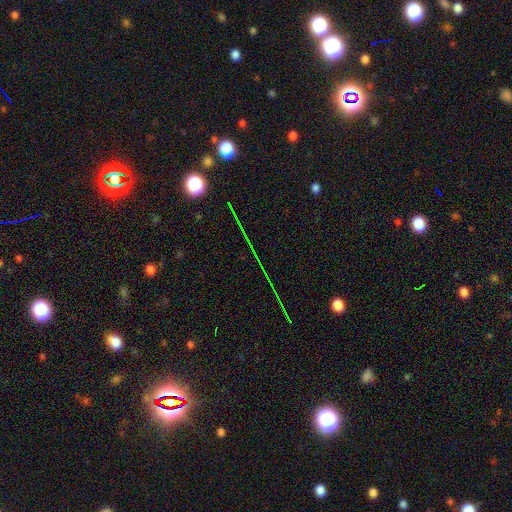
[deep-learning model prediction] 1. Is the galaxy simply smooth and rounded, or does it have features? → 75% star or artifact, 14% smooth, 11% featured or disk.